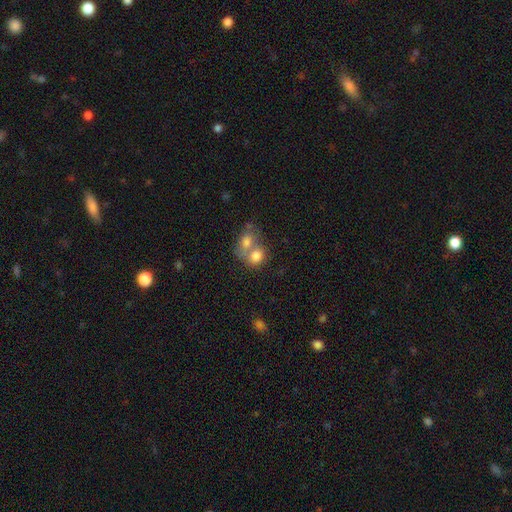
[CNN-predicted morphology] Smooth or featured?
  - smooth: 76% *
  - featured or disk: 15%
  - star or artifact: 10%
How rounded?
  - round: 54% *
  - in between: 45%
  - cigar-shaped: 1%
Merging?
  - merger: 66% *
  - none: 23%
  - minor disturbance: 7%
  - major disturbance: 4%